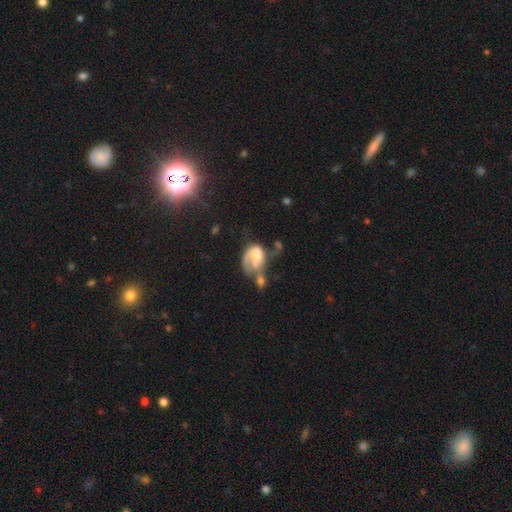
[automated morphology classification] smooth-or-featured: featured or disk: 54% | smooth: 37% | star or artifact: 9%
  disk-edge-on: no: 97% | yes: 3%
    bar: no: 74% | weak: 21% | strong: 5%
    has-spiral-arms: yes: 65% | no: 35%
    bulge-size: moderate: 32% | large: 24% | none: 20% | small: 20% | dominant: 5%
  merging: merger: 38% | major disturbance: 31% | none: 17% | minor disturbance: 14%